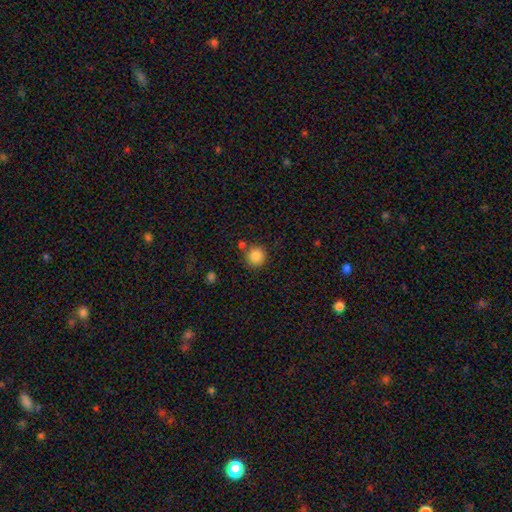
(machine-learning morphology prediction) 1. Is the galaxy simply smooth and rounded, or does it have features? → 86% smooth, 10% star or artifact, 4% featured or disk.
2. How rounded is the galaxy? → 93% round, 6% in between, 1% cigar-shaped.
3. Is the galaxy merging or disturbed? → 81% none, 9% minor disturbance, 7% merger, 3% major disturbance.